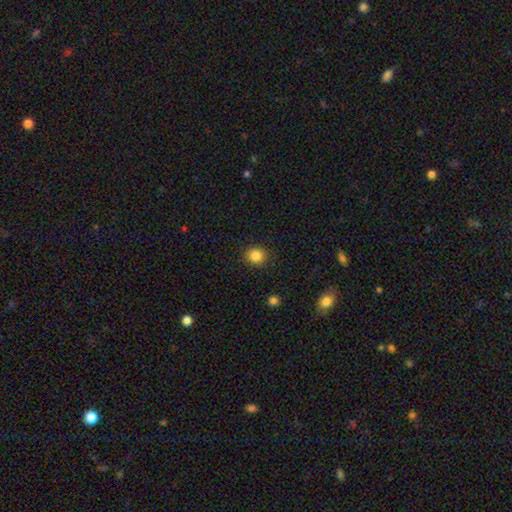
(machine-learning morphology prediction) The model was most divided on "how rounded": round: 85%, in between: 14%, cigar-shaped: 1%. More confident: merging — none (89%); smooth or featured — smooth (85%).